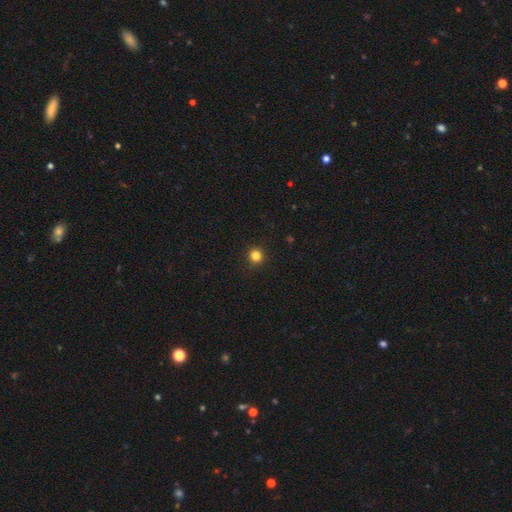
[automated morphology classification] smooth_or_featured: smooth (p=0.83) [alt: star or artifact p=0.13]
how_rounded: round (p=0.93) [alt: in between p=0.06]
merging: none (p=0.92) [alt: minor disturbance p=0.05]